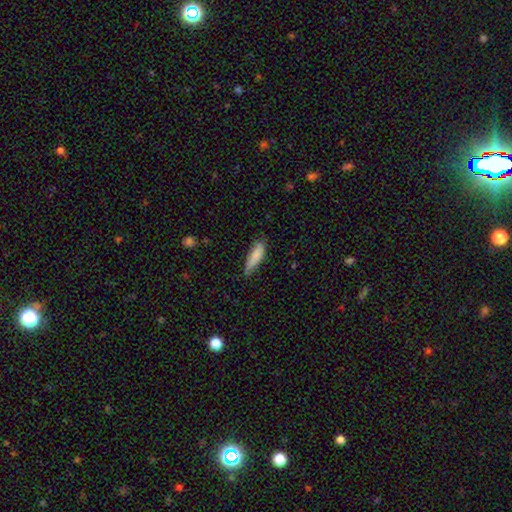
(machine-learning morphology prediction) This is clearly a smooth galaxy (82%). How rounded: possibly cigar-shaped (53%). Merging: possibly none (52%).